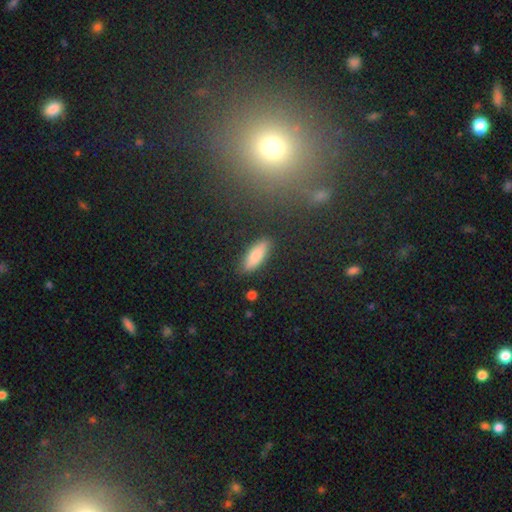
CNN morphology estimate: smooth-or-featured: smooth: 82% | featured or disk: 11% | star or artifact: 7%
  how-rounded: in between: 58% | cigar-shaped: 39% | round: 2%
  merging: none: 86% | minor disturbance: 10% | major disturbance: 2% | merger: 2%